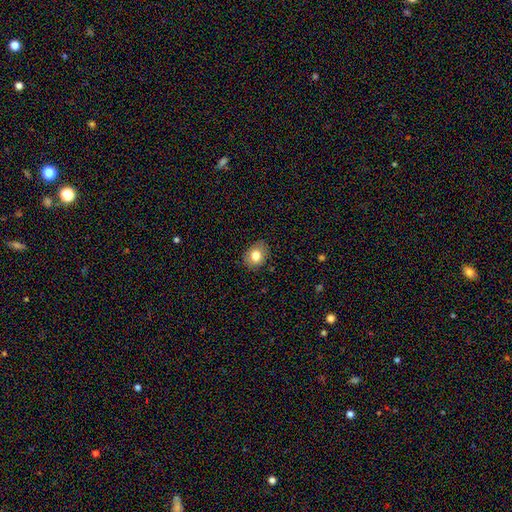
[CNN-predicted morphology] The model was most divided on "how rounded": round: 56%, in between: 44%, cigar-shaped: 1%. More confident: merging — none (85%); smooth or featured — smooth (80%).